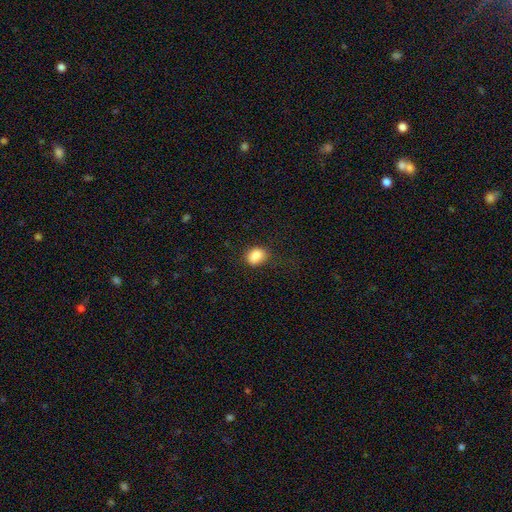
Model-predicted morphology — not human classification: The model was most divided on "how rounded": in between: 51%, round: 48%, cigar-shaped: 1%. More confident: smooth or featured — smooth (87%); merging — none (74%).